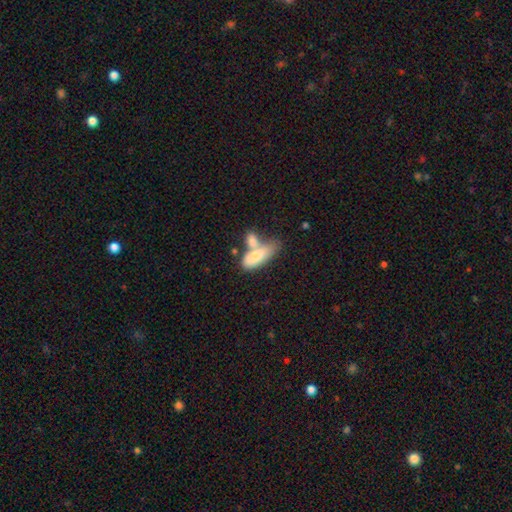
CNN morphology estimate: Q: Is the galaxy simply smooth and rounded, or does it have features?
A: smooth — 77%.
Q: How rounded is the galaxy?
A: in between — 73%.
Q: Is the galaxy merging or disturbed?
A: merger — 51%.